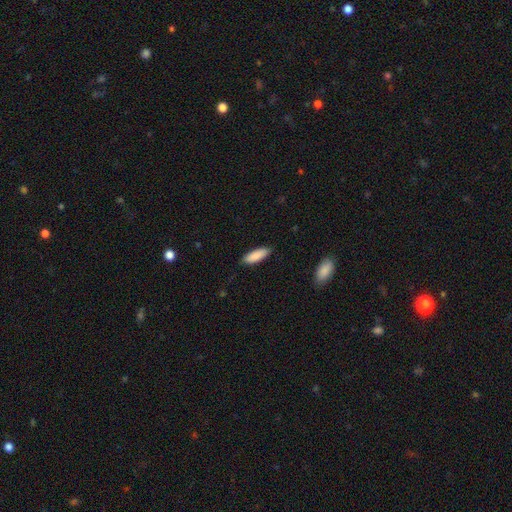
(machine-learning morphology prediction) This appears to be a smooth galaxy with no disk features (89%) that is in between round and cigar-shaped (59%). Merging: none (87%).